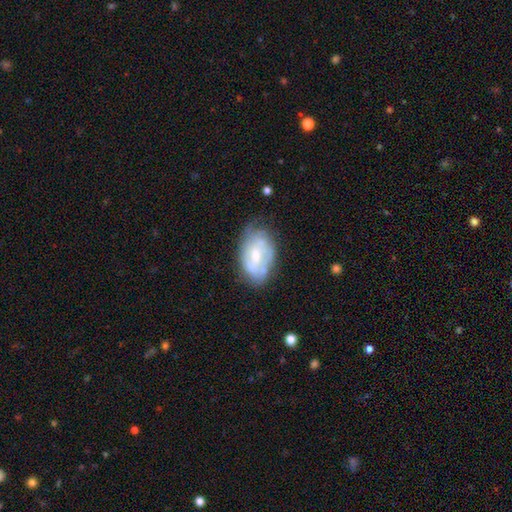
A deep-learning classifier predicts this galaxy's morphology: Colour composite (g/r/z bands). It shows a featured or disk galaxy (63%) with no bar (49%), spiral arms (70%) and a moderate central bulge (49%). Merging: none (59%).